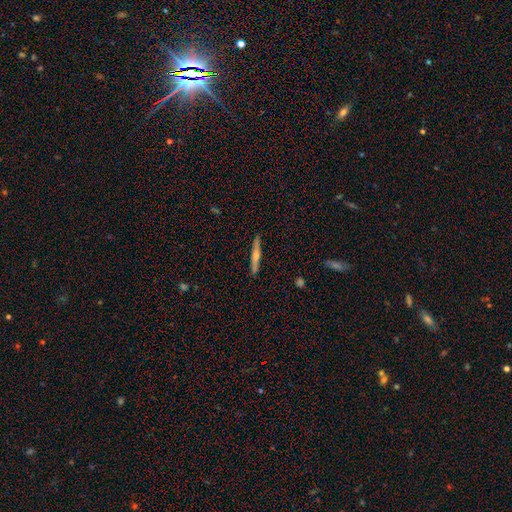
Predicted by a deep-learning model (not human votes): A featured or disk galaxy (69%) viewed edge-on (97%) with a rounded central bulge (85%). Merging: none (91%).